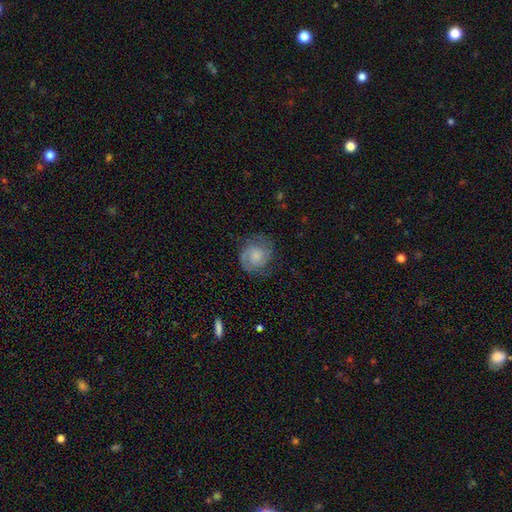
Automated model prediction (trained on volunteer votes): Smooth or featured: featured or disk — 64% (smooth — 29%)
Edge-on disk: no — 98% (yes — 2%)
Bar: no — 66% (weak — 30%)
Spiral arms: yes — 93% (no — 7%)
Spiral winding: medium — 43% (tied with tight — 43%)
Spiral arm count: 2 — 74% (can't tell — 12%)
Bulge size: moderate — 31% (small — 28%)
Merging: none — 71% (minor disturbance — 18%)